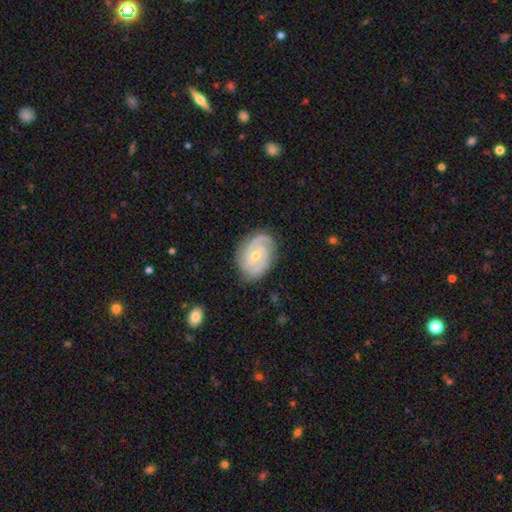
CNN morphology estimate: Smooth or featured? featured or disk (90%)
Edge-on disk? no (97%)
Bar? no (46%)
Spiral arms? yes (98%)
Spiral winding? tight (68%)
Spiral arm count? 2 (70%)
Bulge size? moderate (54%)
Merging? none (82%)